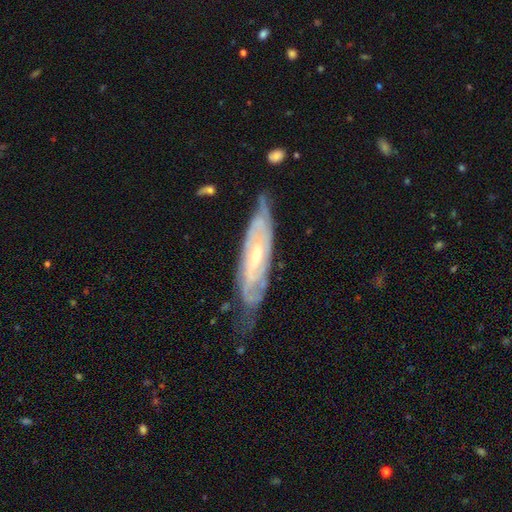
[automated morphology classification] This is clearly a featured or disk galaxy (83%). It is likely not viewed edge-on (75%). Bar: marginally no (43%). Spiral arm pattern: clearly yes (92%). Spiral arm count: possibly can't tell (49%). Spiral winding: likely tight (68%). Central bulge: possibly small (54%). Merging: likely none (62%).